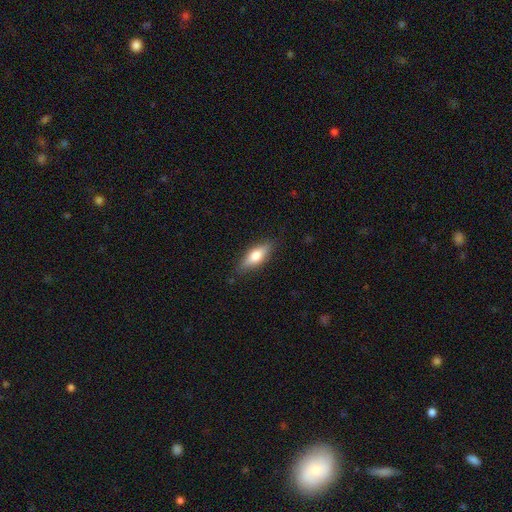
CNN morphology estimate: Overall: smooth (65%; featured or disk 29%). How rounded: in between (63%; cigar-shaped 35%). Merging: none (84%).